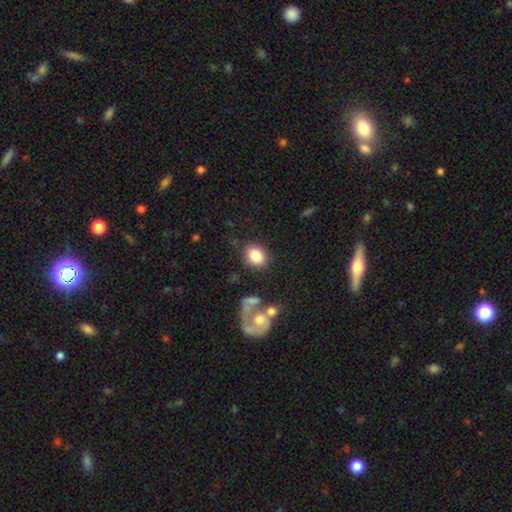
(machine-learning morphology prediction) Smooth or featured: smooth — 84% (featured or disk — 8%)
How rounded: round — 52% (in between — 47%)
Merging: none — 78% (minor disturbance — 11%)